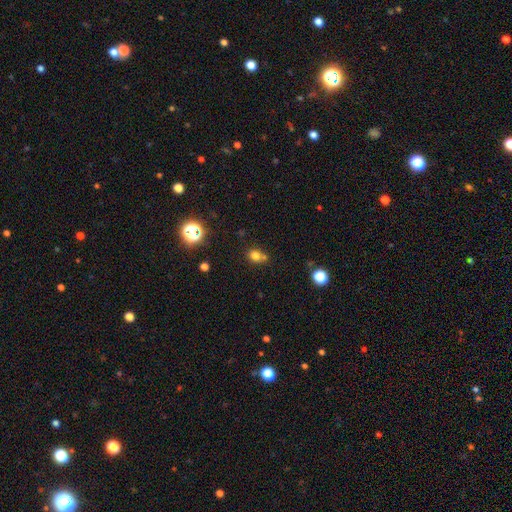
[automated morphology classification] smooth-or-featured: smooth: 75% | star or artifact: 17% | featured or disk: 8%
  how-rounded: round: 63% | in between: 36% | cigar-shaped: 1%
  merging: none: 55% | merger: 29% | minor disturbance: 12% | major disturbance: 4%